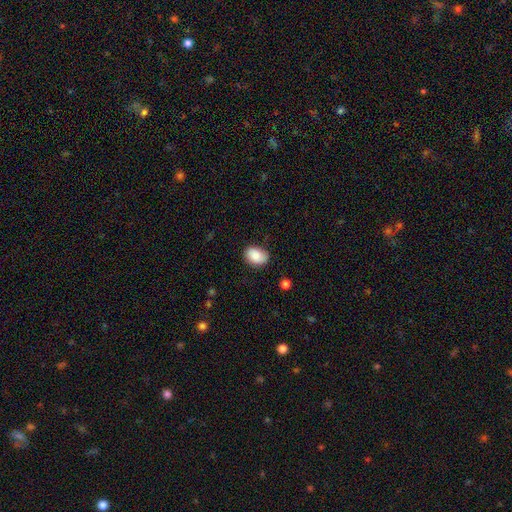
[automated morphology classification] A smooth galaxy with no disk features (85%) that is in between round and cigar-shaped (81%).

Vote fractions:
- Smooth or featured? smooth: 85% / featured or disk: 9% / star or artifact: 7%
- How rounded? in between: 81% / round: 18% / cigar-shaped: 1%
- Merging? none: 80% / minor disturbance: 15% / major disturbance: 3% / merger: 1%